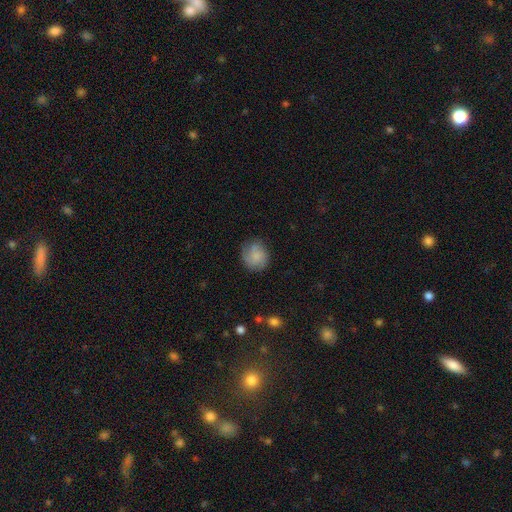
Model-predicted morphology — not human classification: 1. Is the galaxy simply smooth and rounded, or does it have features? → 67% smooth, 25% featured or disk, 8% star or artifact.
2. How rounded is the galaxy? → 77% round, 22% in between, 1% cigar-shaped.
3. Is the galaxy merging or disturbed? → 73% none, 19% minor disturbance, 6% major disturbance, 1% merger.